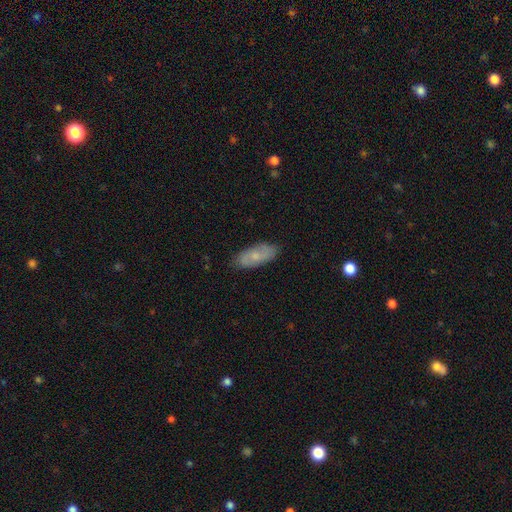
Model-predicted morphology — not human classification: smooth-or-featured: smooth: 56% | featured or disk: 37% | star or artifact: 7%
  how-rounded: in between: 78% | cigar-shaped: 19% | round: 3%
  merging: none: 84% | minor disturbance: 12% | major disturbance: 2% | merger: 1%